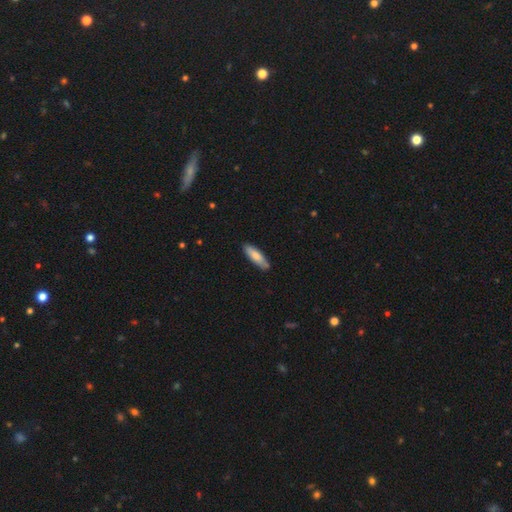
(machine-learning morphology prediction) The model was most divided on "how rounded": cigar-shaped: 56%, in between: 42%, round: 1%. More confident: merging — none (85%); smooth or featured — smooth (77%).